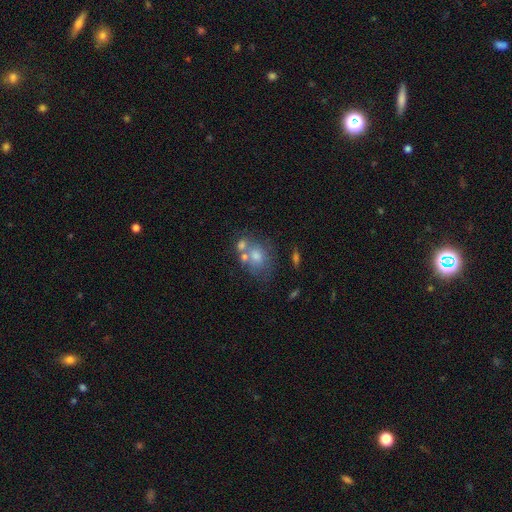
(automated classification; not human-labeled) Morphology: type=smooth (54%); roundness=in between (53%); merging=none (41%).